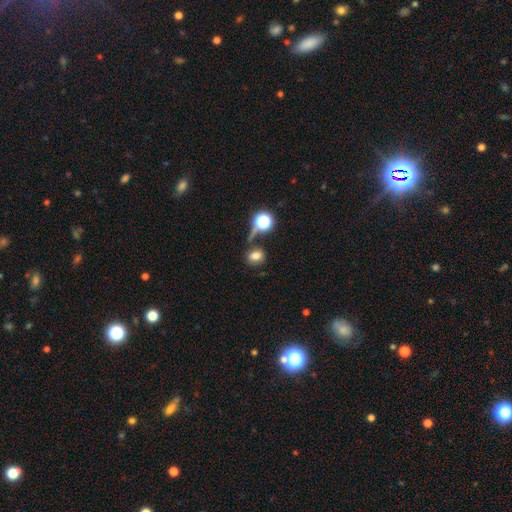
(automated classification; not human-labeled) Morphology: type=smooth (71%); roundness=in between (53%); merging=none (62%).